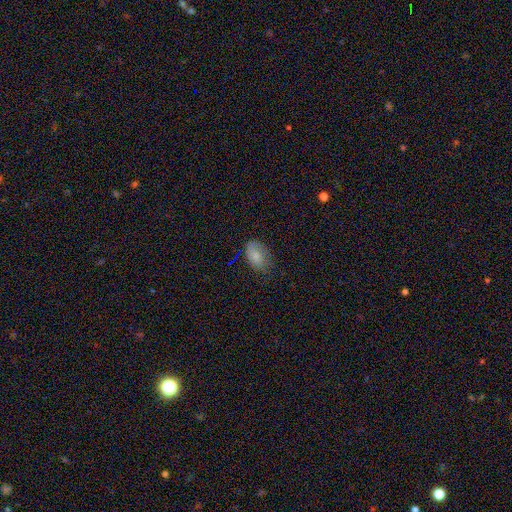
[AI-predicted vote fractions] Smooth or featured: smooth — 82% (featured or disk — 9%)
How rounded: in between — 88% (round — 10%)
Merging: none — 67% (minor disturbance — 25%)